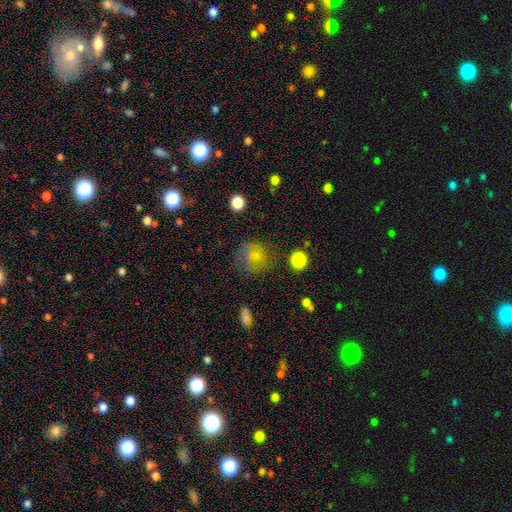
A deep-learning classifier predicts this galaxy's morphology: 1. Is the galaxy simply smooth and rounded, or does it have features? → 63% smooth, 20% star or artifact, 17% featured or disk.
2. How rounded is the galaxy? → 84% round, 15% in between, 1% cigar-shaped.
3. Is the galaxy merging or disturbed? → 71% none, 17% minor disturbance, 9% major disturbance, 3% merger.